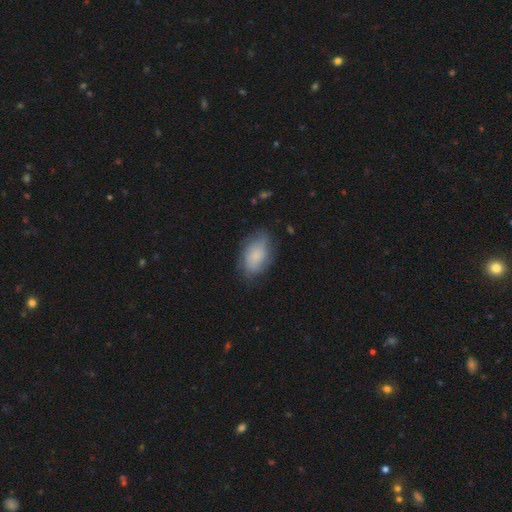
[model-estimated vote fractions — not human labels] Overall: smooth (65%; featured or disk 28%). How rounded: in between (89%). Merging: none (69%).